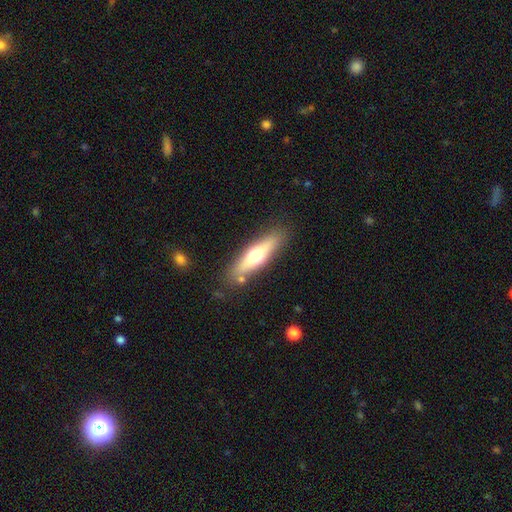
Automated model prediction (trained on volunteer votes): Morphology: type=smooth (49%); merging=none (83%).